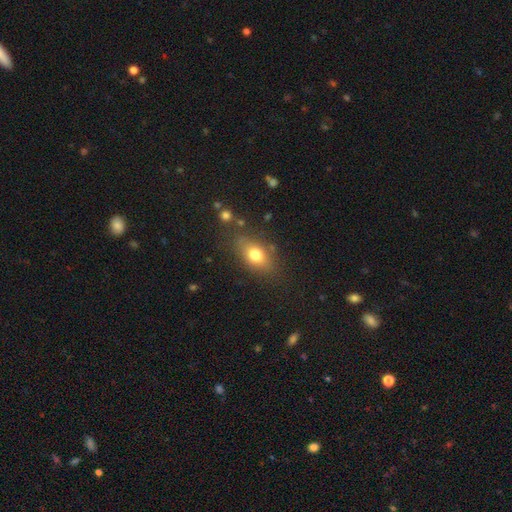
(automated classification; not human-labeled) Smooth or featured: smooth — 75% (featured or disk — 15%)
How rounded: in between — 78% (round — 17%)
Merging: none — 76% (minor disturbance — 15%)